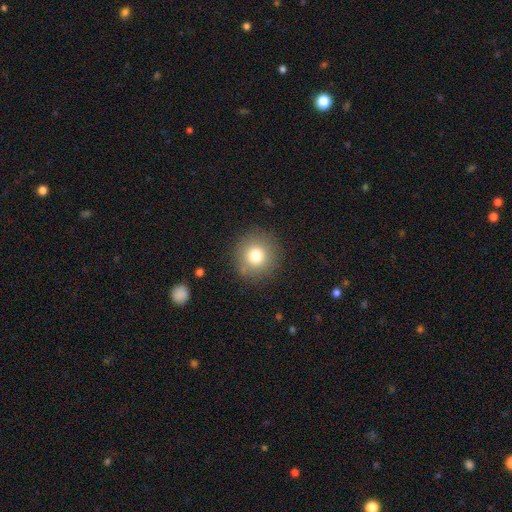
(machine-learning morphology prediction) Smooth or featured? smooth (77%)
How rounded? round (94%)
Merging? none (88%)